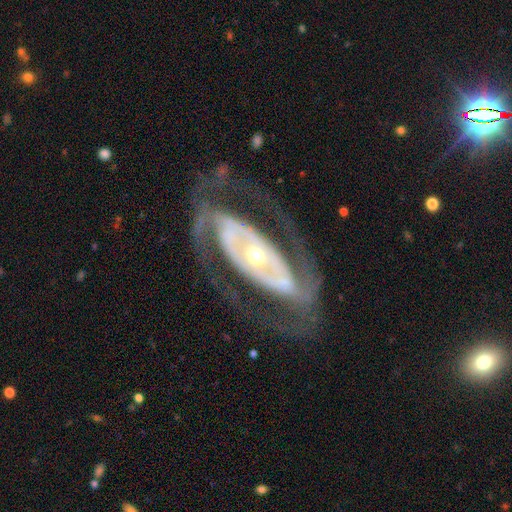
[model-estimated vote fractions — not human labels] Smooth or featured? Predicted: featured or disk (p=0.87). Edge-on disk? Predicted: no (p=0.92). Bar? Predicted: no (p=0.46). Spiral arms? Predicted: yes (p=0.77). Spiral winding? Predicted: medium (p=0.41, tied with tight). Spiral arm count? Predicted: 2 (p=0.80). Bulge size? Predicted: moderate (p=0.48). Merging? Predicted: none (p=0.70).